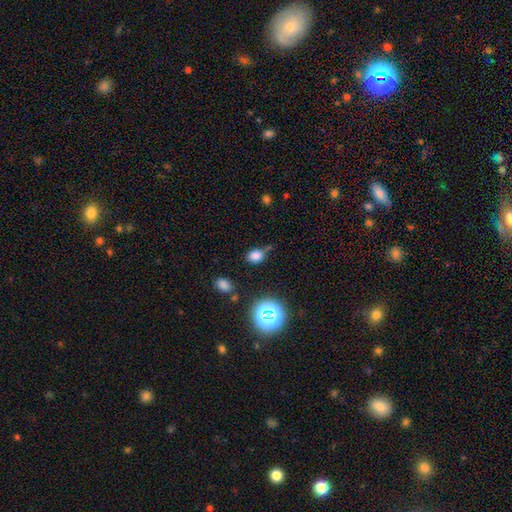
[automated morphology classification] Overall: smooth (75%). How rounded: in between (53%; round 46%). Merging: none (60%; minor disturbance 23%).